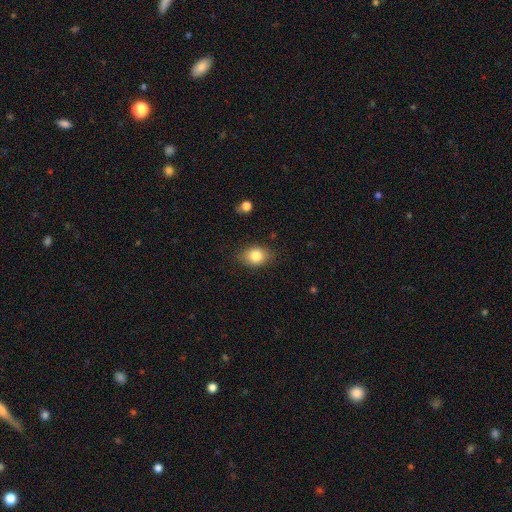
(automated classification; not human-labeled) Smooth or featured? smooth (83%)
How rounded? in between (66%)
Merging? none (82%)